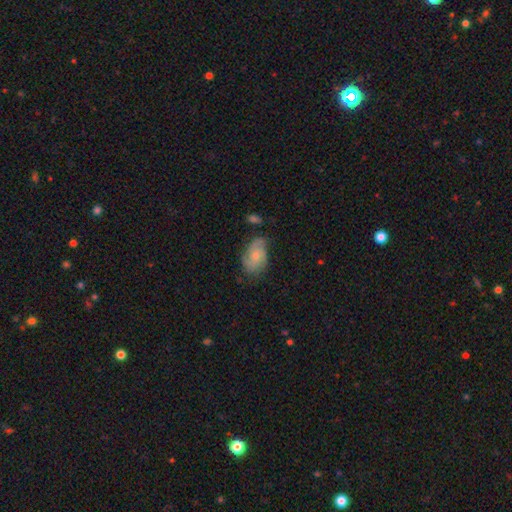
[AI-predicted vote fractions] Smooth or featured? Predicted: featured or disk (p=0.48). Merging? Predicted: none (p=0.54).